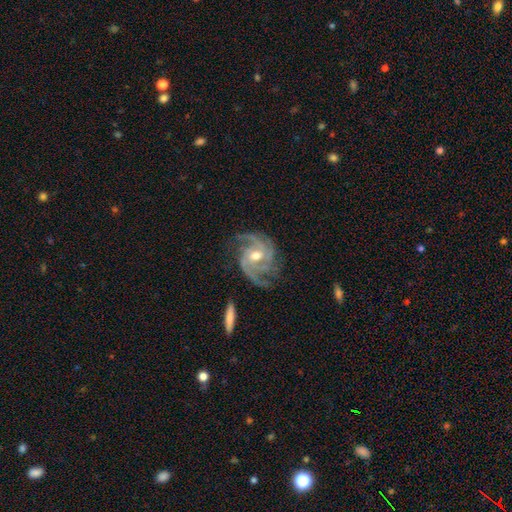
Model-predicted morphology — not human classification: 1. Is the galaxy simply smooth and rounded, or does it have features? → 92% featured or disk, 5% star or artifact, 4% smooth.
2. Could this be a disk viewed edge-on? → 97% no, 3% yes.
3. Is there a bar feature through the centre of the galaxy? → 47% no, 39% weak, 14% strong.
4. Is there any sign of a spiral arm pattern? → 98% yes, 2% no.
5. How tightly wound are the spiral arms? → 47% medium, 42% tight, 11% loose.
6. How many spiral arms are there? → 44% 3, 22% 2, 13% 4, 10% can't tell, 6% more than 4, 6% 1.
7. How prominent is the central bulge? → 72% moderate, 23% small, 4% large, 1% none, 1% dominant.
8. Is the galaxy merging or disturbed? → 72% none, 18% minor disturbance, 9% major disturbance, 2% merger.